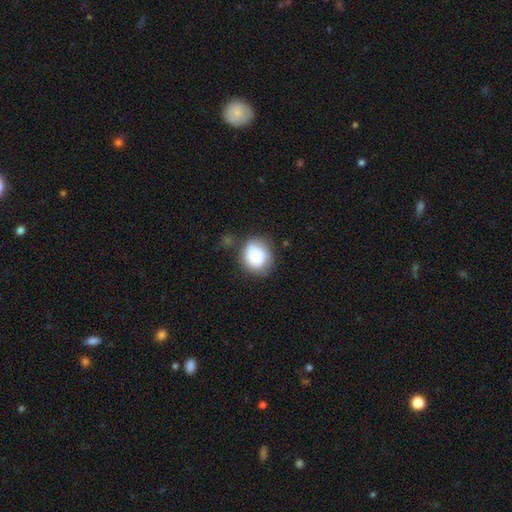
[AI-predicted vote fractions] Overall: smooth (80%). How rounded: round (70%). Merging: none (64%).